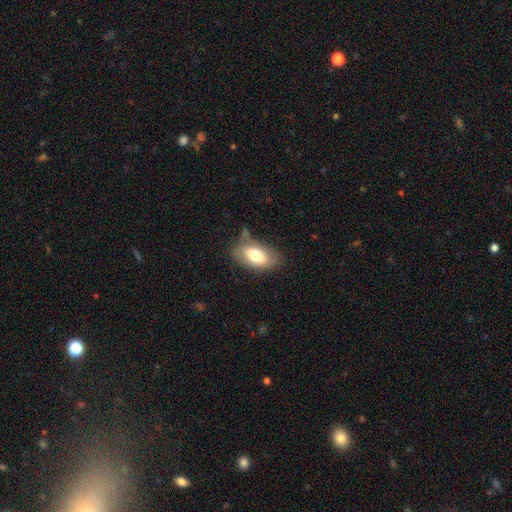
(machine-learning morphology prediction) Smooth or featured? Predicted: smooth (p=0.76). How rounded? Predicted: in between (p=0.93). Merging? Predicted: none (p=0.65).